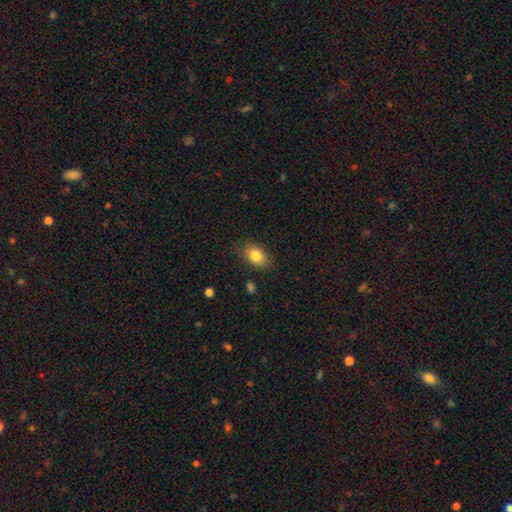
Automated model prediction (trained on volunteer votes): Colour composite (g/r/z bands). It shows a smooth galaxy with no disk features (82%) that is in between round and cigar-shaped (75%). Merging: none (82%).